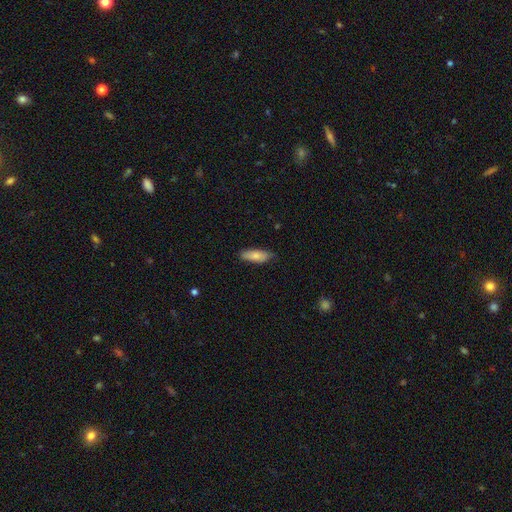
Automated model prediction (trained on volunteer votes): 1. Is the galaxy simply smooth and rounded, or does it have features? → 79% smooth, 15% featured or disk, 6% star or artifact.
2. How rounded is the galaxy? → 61% in between, 37% cigar-shaped, 2% round.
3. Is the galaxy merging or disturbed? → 80% none, 16% minor disturbance, 2% major disturbance, 1% merger.